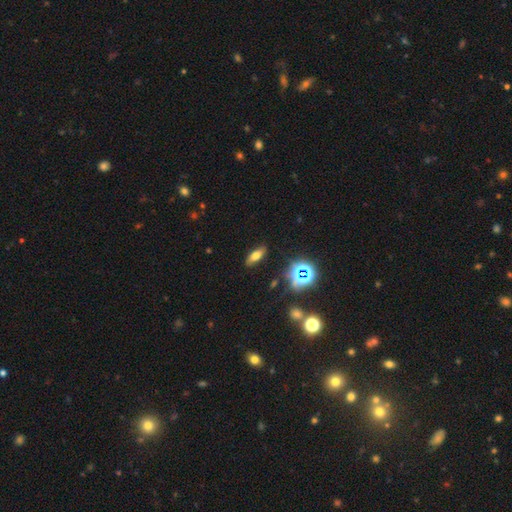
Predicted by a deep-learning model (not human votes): Smooth or featured?
  - smooth: 58% *
  - star or artifact: 21%
  - featured or disk: 20%
How rounded?
  - in between: 66% *
  - cigar-shaped: 28%
  - round: 6%
Merging?
  - none: 87% *
  - minor disturbance: 9%
  - major disturbance: 3%
  - merger: 2%